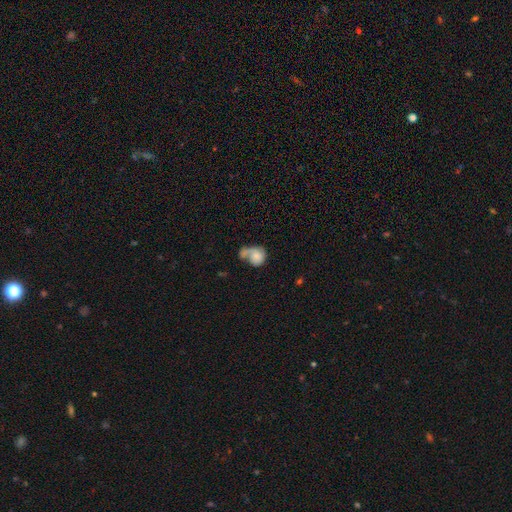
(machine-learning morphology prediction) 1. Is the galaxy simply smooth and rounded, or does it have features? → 49% smooth, 43% featured or disk, 8% star or artifact.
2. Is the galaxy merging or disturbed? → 32% major disturbance, 28% none, 23% merger, 17% minor disturbance.